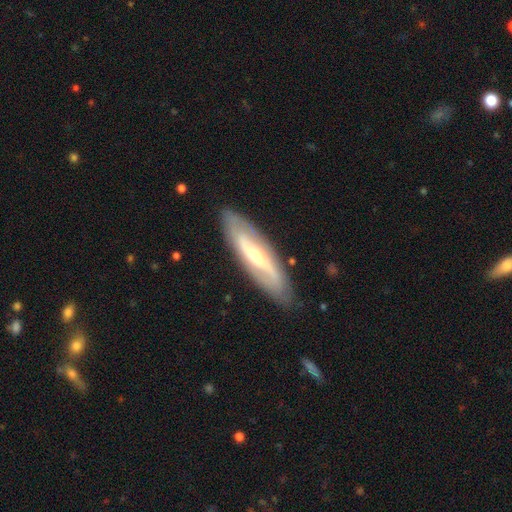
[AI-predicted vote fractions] The model was most divided on "bar": weak: 35%, strong: 33%, no: 32%. More confident: merging — none (85%); edge-on disk — no (74%); spiral arms — yes (73%); smooth or featured — featured or disk (73%); bulge size — moderate (53%).